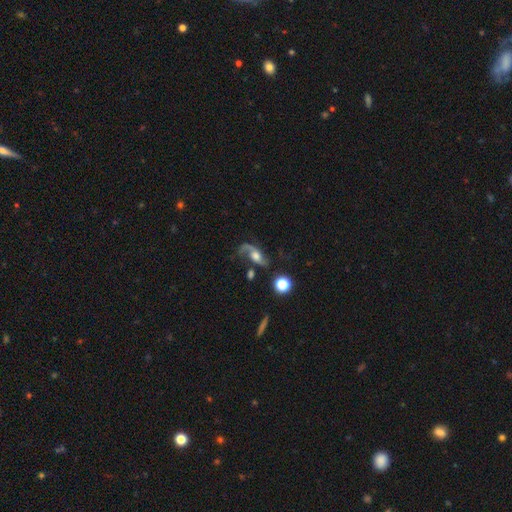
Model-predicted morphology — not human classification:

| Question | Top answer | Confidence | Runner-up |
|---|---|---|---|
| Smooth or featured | featured or disk | 78% | smooth (14%) |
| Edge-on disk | no | 93% | yes (7%) |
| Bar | no | 63% | weak (29%) |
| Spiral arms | yes | 93% | no (7%) |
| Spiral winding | loose | 78% | medium (18%) |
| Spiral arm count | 2 | 78% | 1 (17%) |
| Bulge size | moderate | 48% | large (30%) |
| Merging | none | 52% | major disturbance (22%) |